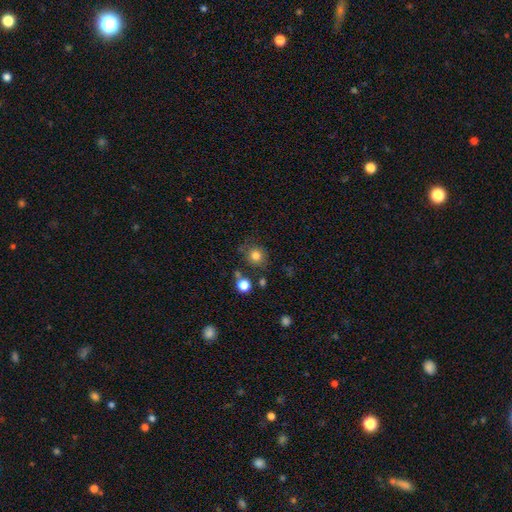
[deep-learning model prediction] Q: Smooth or featured?
A: smooth (80%); runner-up: star or artifact (12%)
Q: How rounded?
A: round (85%); runner-up: in between (14%)
Q: Merging?
A: none (76%); runner-up: minor disturbance (13%)